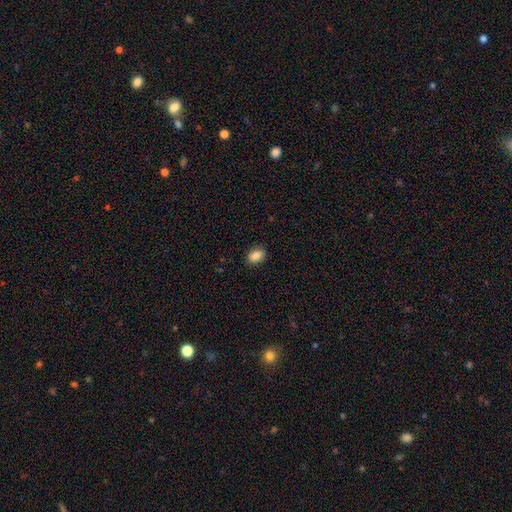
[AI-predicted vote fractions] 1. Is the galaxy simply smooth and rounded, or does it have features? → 86% smooth, 8% star or artifact, 6% featured or disk.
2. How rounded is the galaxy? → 79% in between, 20% round, 2% cigar-shaped.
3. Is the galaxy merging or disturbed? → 86% none, 11% minor disturbance, 2% major disturbance, 1% merger.